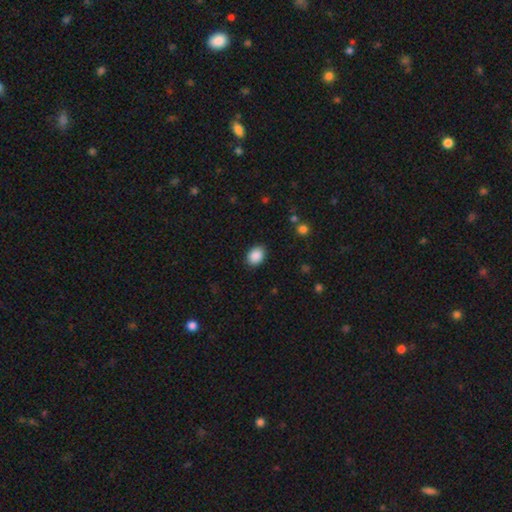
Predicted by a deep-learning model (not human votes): Morphology: type=smooth (89%); roundness=in between (65%); merging=none (88%).